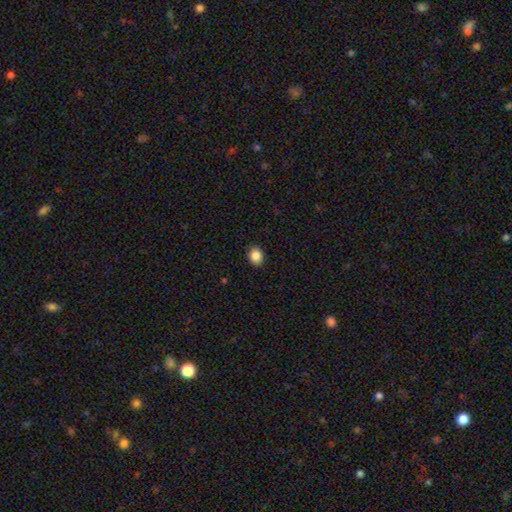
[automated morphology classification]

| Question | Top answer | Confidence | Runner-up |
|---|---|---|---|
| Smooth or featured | smooth | 86% | star or artifact (10%) |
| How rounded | round | 71% | in between (28%) |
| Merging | none | 90% | minor disturbance (7%) |